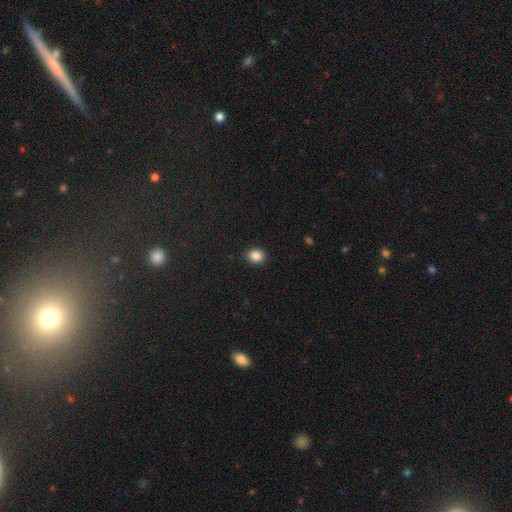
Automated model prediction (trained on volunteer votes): A smooth galaxy with no disk features (87%) that is round (63%). Merging: none (90%).